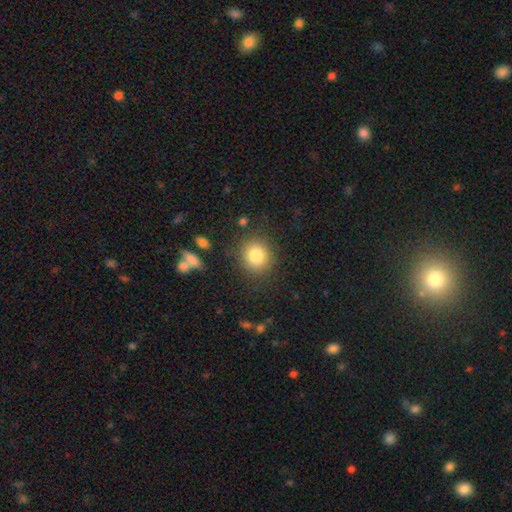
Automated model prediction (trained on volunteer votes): Smooth or featured: smooth — 82% (star or artifact — 10%)
How rounded: round — 86% (in between — 13%)
Merging: none — 85% (minor disturbance — 9%)